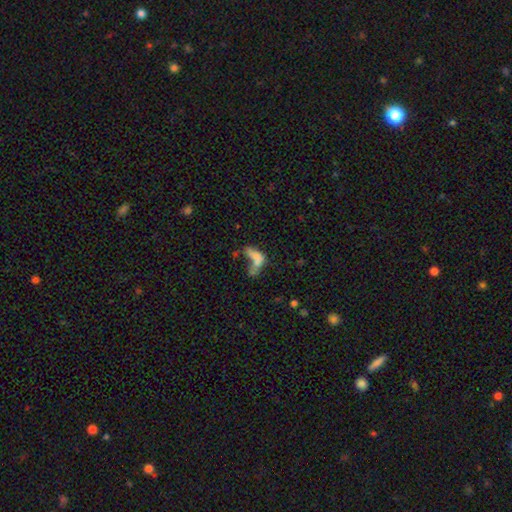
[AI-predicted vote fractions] smooth_or_featured: smooth (p=0.56) [alt: featured or disk p=0.30]
how_rounded: in between (p=0.76) [alt: cigar-shaped p=0.15]
merging: merger (p=0.52) [alt: major disturbance p=0.23]